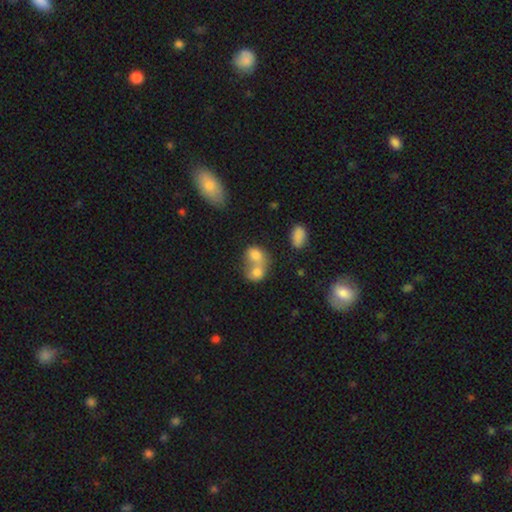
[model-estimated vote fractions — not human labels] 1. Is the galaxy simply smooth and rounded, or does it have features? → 73% smooth, 17% featured or disk, 10% star or artifact.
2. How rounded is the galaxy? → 54% in between, 45% round, 1% cigar-shaped.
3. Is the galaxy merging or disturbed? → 74% merger, 16% none, 6% minor disturbance, 4% major disturbance.